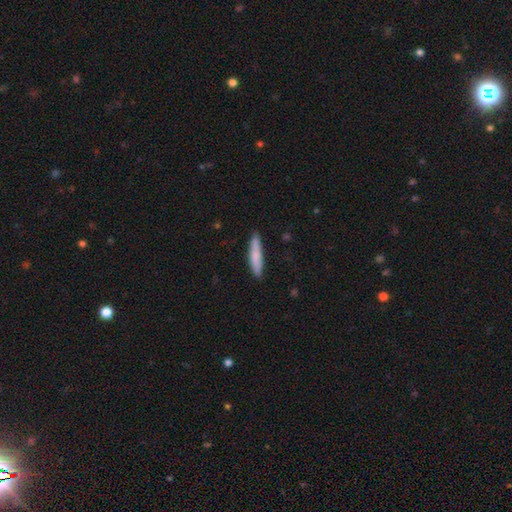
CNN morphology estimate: A smooth galaxy with no disk features (78%) that is cigar-shaped (88%). Merging: none (87%).